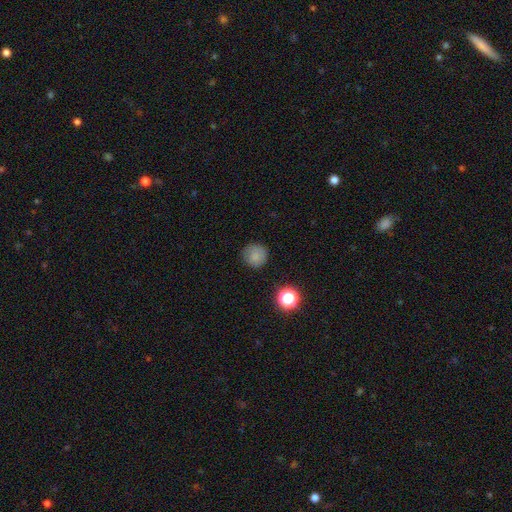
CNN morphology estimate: A smooth galaxy with no disk features (79%) that is round (94%). Merging: none (83%).